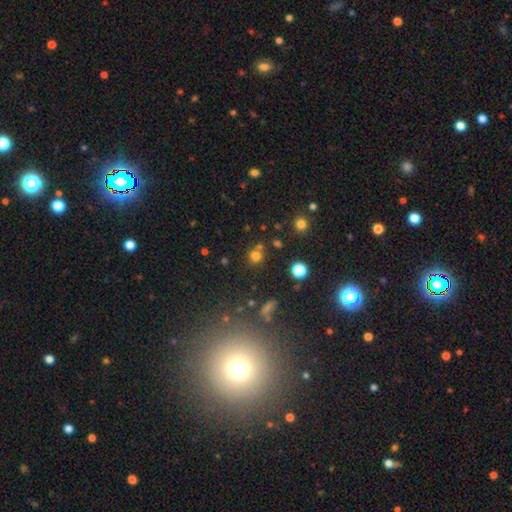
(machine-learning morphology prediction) Smooth or featured? Predicted: smooth (p=0.71). How rounded? Predicted: round (p=0.90). Merging? Predicted: none (p=0.72).